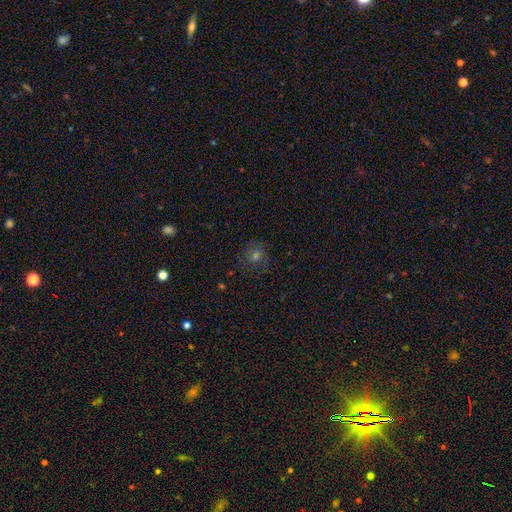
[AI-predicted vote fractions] This appears to be a smooth galaxy with no disk features (50%) that is round (83%). Merging: none (78%).